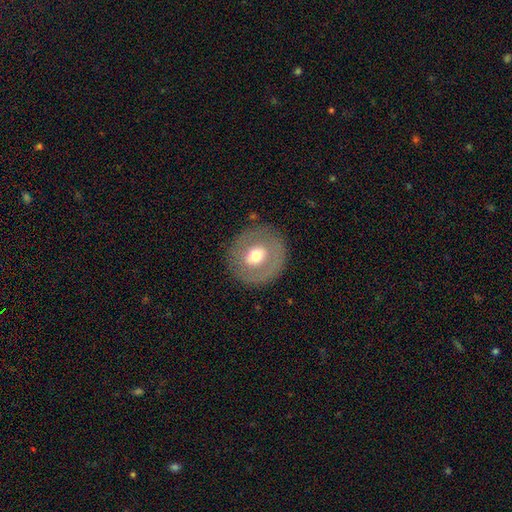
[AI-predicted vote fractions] A smooth galaxy with no disk features (49%).

Vote fractions:
- Smooth or featured? smooth: 49% / featured or disk: 43% / star or artifact: 7%
- Merging? none: 84% / minor disturbance: 10% / major disturbance: 5% / merger: 1%